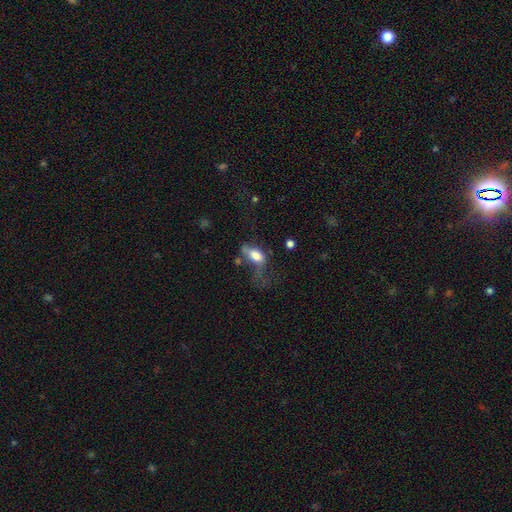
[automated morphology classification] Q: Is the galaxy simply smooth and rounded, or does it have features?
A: smooth — 69%.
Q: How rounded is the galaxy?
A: in between — 85%.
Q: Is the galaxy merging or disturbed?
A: major disturbance — 50%.